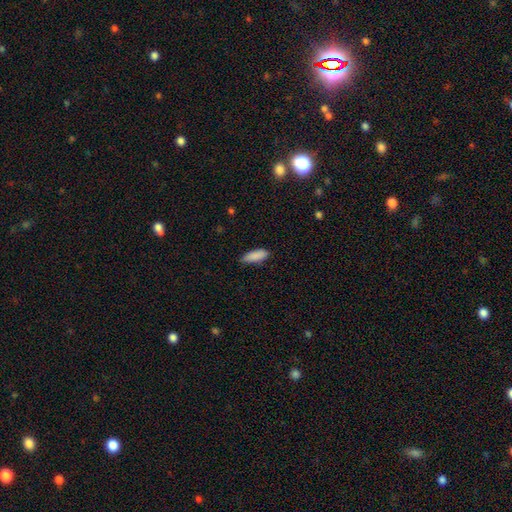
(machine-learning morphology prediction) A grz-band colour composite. It shows a smooth galaxy with no disk features (89%) that is in between round and cigar-shaped (62%). Merging: none (82%).